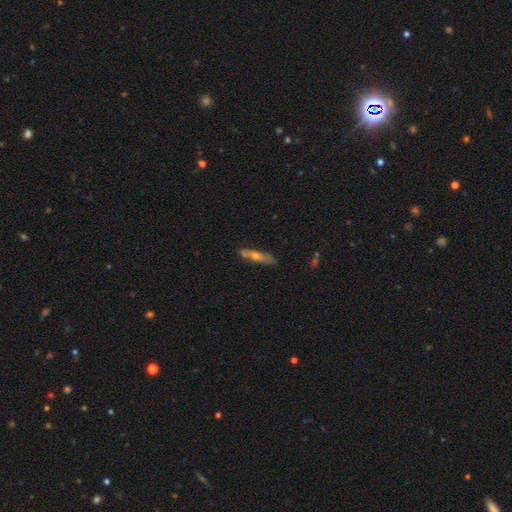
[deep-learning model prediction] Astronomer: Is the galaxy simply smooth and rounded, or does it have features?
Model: featured or disk — 52% (runner-up: smooth, 41%).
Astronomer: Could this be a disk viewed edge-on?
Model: yes — 74%.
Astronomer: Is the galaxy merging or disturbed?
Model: none — 79%.